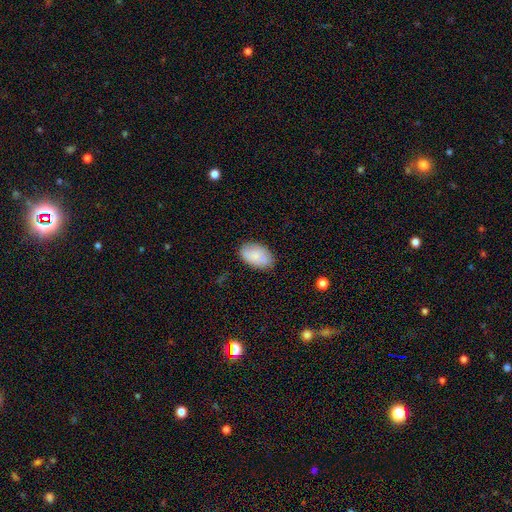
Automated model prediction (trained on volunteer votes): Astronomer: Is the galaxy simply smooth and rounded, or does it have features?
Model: smooth — 82%.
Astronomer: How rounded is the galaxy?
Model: in between — 93%.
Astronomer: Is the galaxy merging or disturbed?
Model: none — 83%.